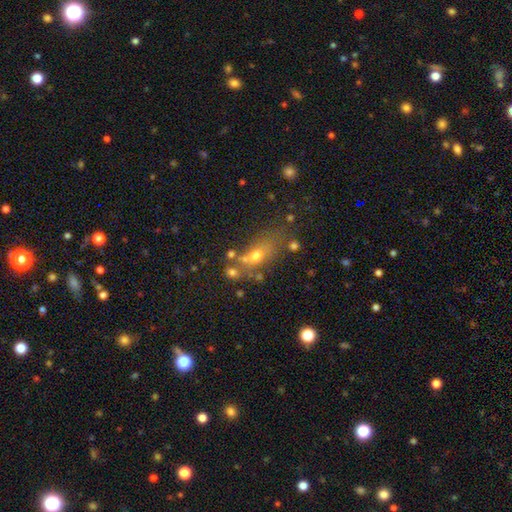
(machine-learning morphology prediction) Q: Smooth or featured?
A: smooth (58%); runner-up: featured or disk (22%)
Q: How rounded?
A: in between (61%); runner-up: round (27%)
Q: Merging?
A: none (46%); runner-up: merger (24%)